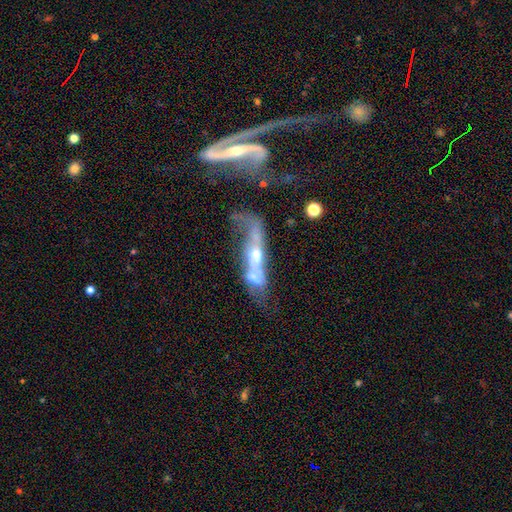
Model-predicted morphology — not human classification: Smooth or featured? featured or disk (71%)
Edge-on disk? no (70%)
Merging? merger (53%)